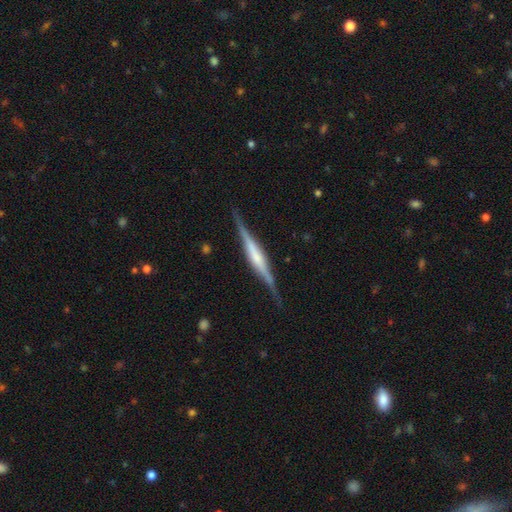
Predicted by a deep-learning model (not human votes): featured or disk 77%, smooth 17%, star or artifact 5%. Down the decision tree: edge-on disk — yes (98%); edge-on bulge — rounded (45%); merging — none (85%).